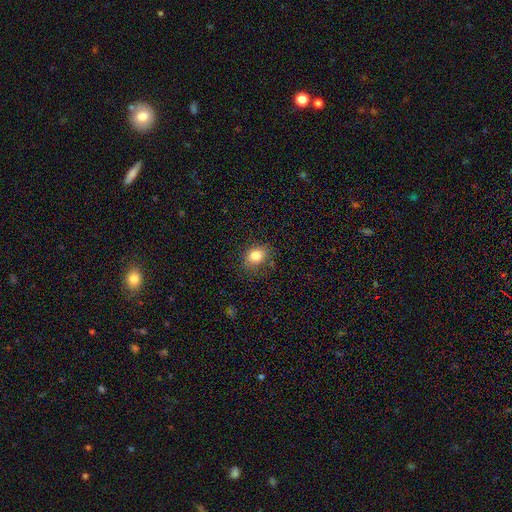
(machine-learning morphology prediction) This is clearly a smooth galaxy (82%). How rounded: possibly in between (59%). Merging: likely none (76%).